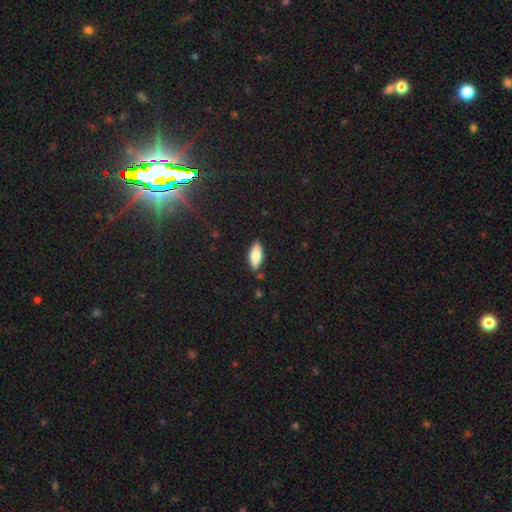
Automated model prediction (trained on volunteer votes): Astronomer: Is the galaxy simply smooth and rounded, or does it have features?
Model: smooth — 76%.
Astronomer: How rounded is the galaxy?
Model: in between — 74%.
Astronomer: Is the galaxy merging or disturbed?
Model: none — 84%.